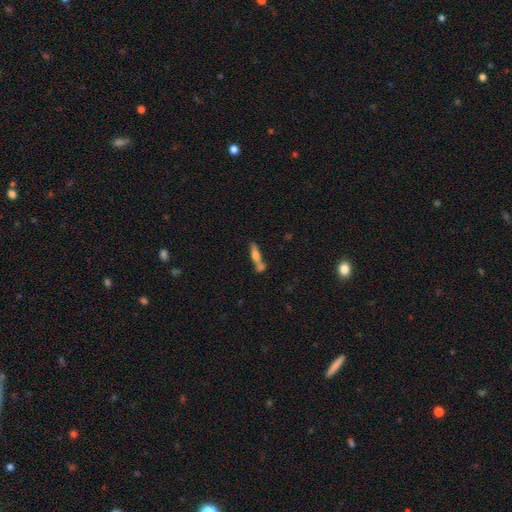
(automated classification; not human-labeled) Q: Smooth or featured?
A: smooth (53%); runner-up: featured or disk (39%)
Q: How rounded?
A: cigar-shaped (74%); runner-up: in between (23%)
Q: Merging?
A: none (47%); runner-up: merger (34%)